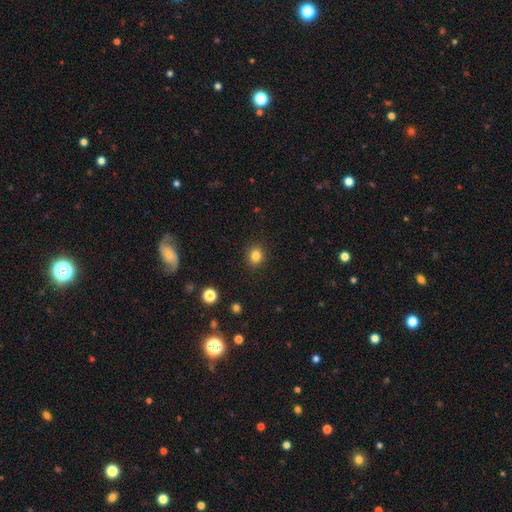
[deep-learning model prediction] smooth 82%, star or artifact 12%, featured or disk 5%. Down the decision tree: how rounded — round (79%); merging — none (90%).